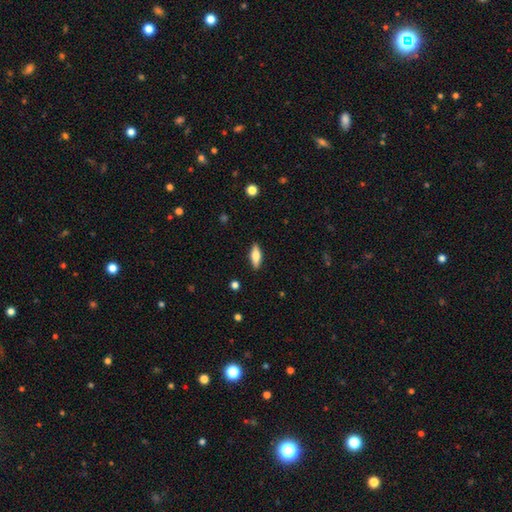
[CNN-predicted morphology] smooth_or_featured: smooth (p=0.62) [alt: featured or disk p=0.32]
how_rounded: in between (p=0.65) [alt: cigar-shaped p=0.32]
merging: none (p=0.89) [alt: minor disturbance p=0.09]